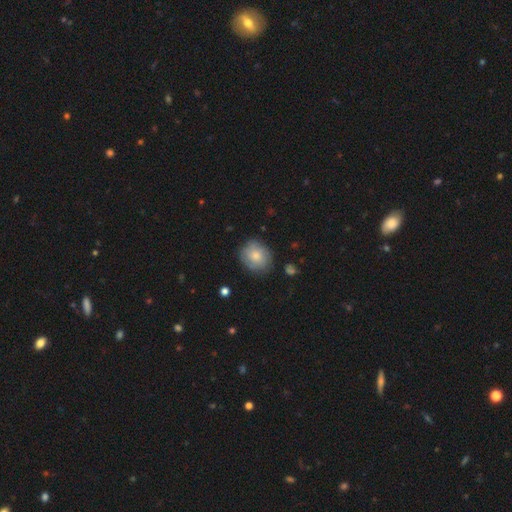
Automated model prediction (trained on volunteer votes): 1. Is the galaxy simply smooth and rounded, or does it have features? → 69% smooth, 24% featured or disk, 7% star or artifact.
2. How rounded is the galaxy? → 73% round, 26% in between, 1% cigar-shaped.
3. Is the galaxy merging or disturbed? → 79% none, 16% minor disturbance, 4% major disturbance, 2% merger.